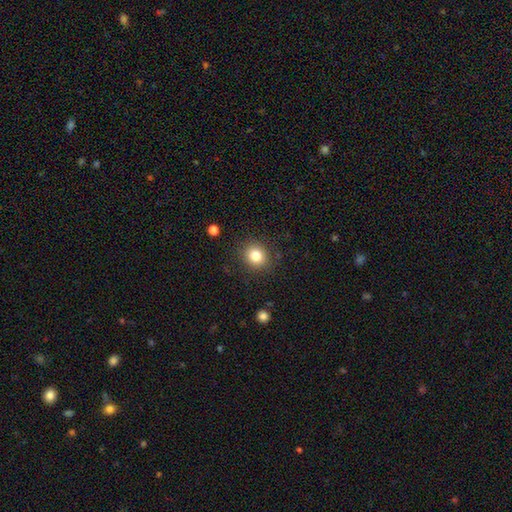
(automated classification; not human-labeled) smooth-or-featured: smooth: 82% | star or artifact: 11% | featured or disk: 7%
  how-rounded: round: 78% | in between: 21% | cigar-shaped: 1%
  merging: none: 88% | minor disturbance: 8% | major disturbance: 3% | merger: 1%